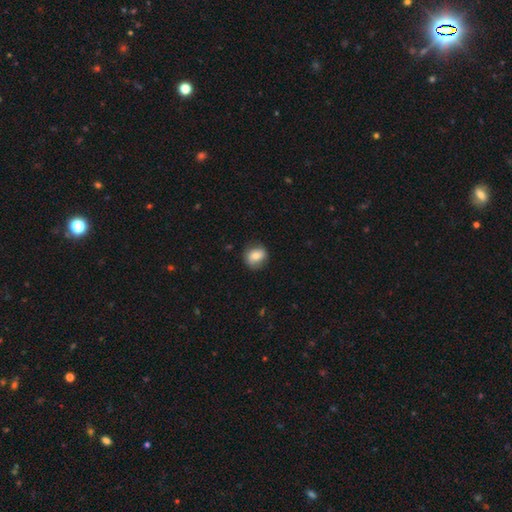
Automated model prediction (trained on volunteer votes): A smooth galaxy with no disk features (74%) that is round (65%).

Vote fractions:
- Smooth or featured? smooth: 74% / featured or disk: 18% / star or artifact: 8%
- How rounded? round: 65% / in between: 34% / cigar-shaped: 1%
- Merging? none: 80% / minor disturbance: 15% / major disturbance: 4% / merger: 1%